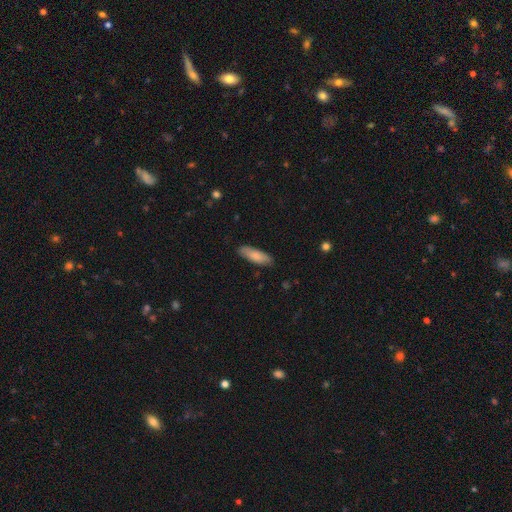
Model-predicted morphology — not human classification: smooth-or-featured: smooth: 80% | featured or disk: 14% | star or artifact: 6%
  how-rounded: in between: 55% | cigar-shaped: 44% | round: 2%
  merging: none: 83% | minor disturbance: 13% | major disturbance: 2% | merger: 1%